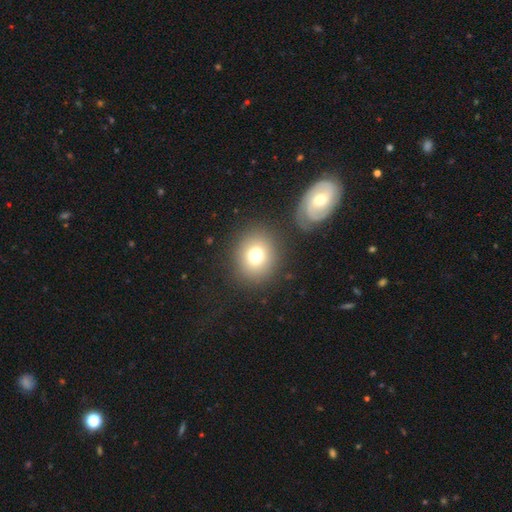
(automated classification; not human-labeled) The model was most divided on "how rounded": round: 76%, in between: 23%, cigar-shaped: 1%. More confident: merging — none (83%); smooth or featured — smooth (75%).